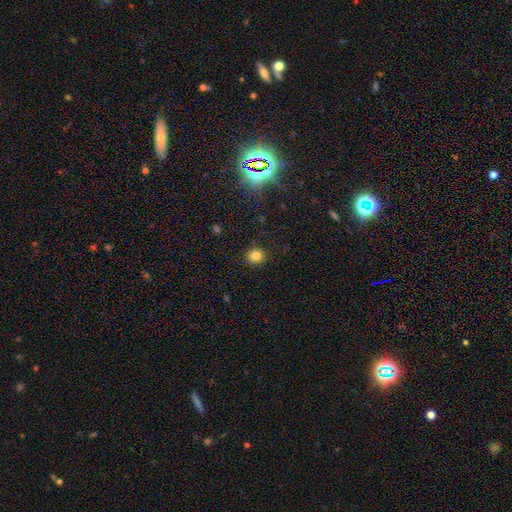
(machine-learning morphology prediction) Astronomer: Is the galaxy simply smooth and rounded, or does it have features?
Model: smooth — 81%.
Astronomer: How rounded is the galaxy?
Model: round — 79%.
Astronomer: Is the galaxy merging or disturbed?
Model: none — 90%.